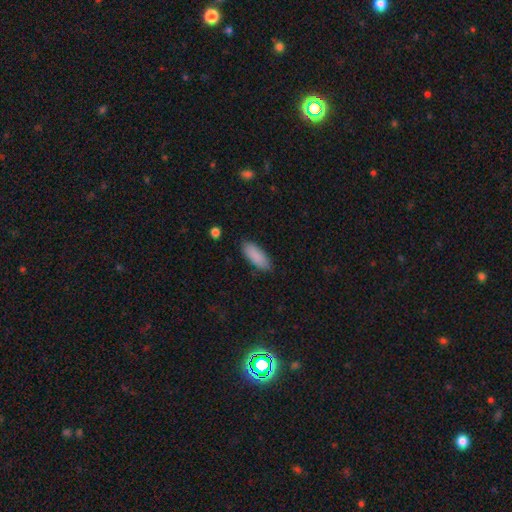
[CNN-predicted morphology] Q: Smooth or featured?
A: smooth (89%); runner-up: star or artifact (6%)
Q: How rounded?
A: in between (76%); runner-up: cigar-shaped (23%)
Q: Merging?
A: none (86%); runner-up: minor disturbance (11%)